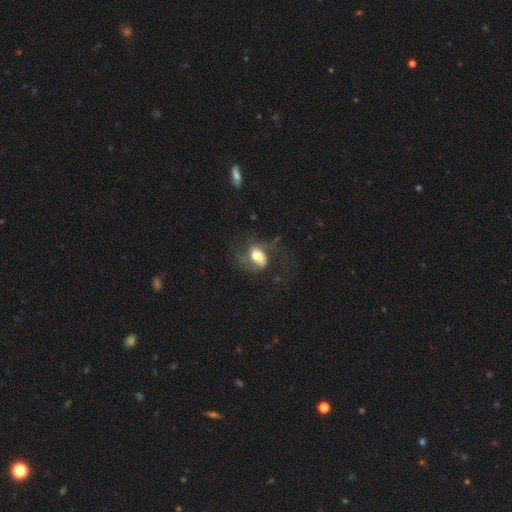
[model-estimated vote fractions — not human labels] featured or disk 53%, smooth 38%, star or artifact 9%. Down the decision tree: edge-on disk — no (96%); bar — no (46%); spiral arms — yes (77%); bulge size — moderate (51%); merging — major disturbance (39%).